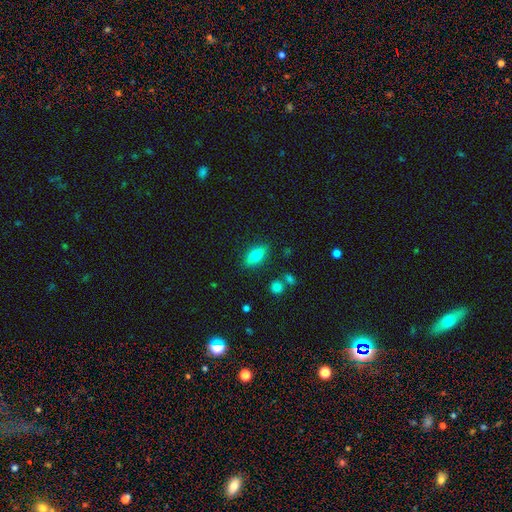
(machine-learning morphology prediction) type=smooth (65%); roundness=in between (68%); merging=none (85%).